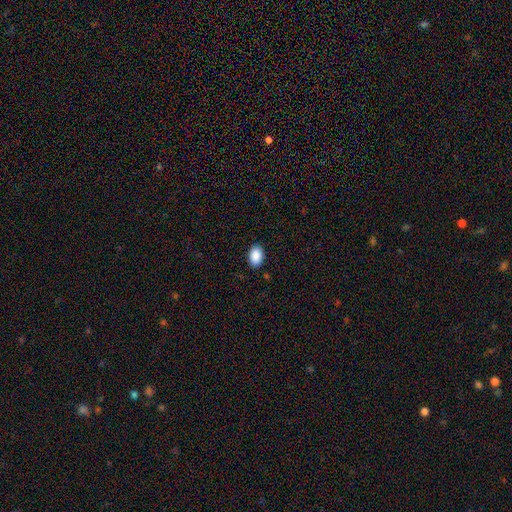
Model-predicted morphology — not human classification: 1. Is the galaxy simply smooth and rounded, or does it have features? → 90% smooth, 7% star or artifact, 3% featured or disk.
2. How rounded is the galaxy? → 88% in between, 11% round, 1% cigar-shaped.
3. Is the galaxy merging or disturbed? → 90% none, 7% minor disturbance, 2% major disturbance, 1% merger.